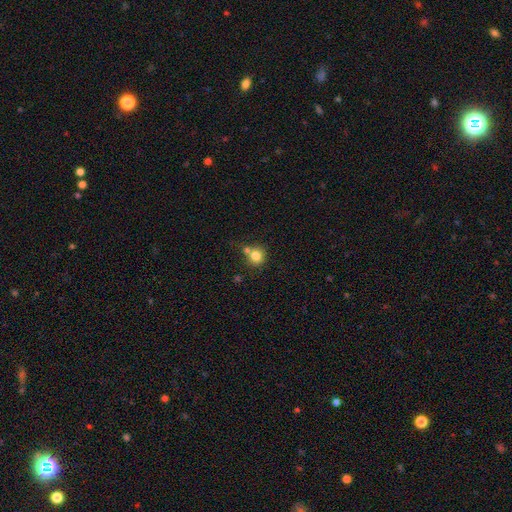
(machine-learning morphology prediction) This appears to be a smooth galaxy with no disk features (80%) that is round (85%). Merging: none (53%).